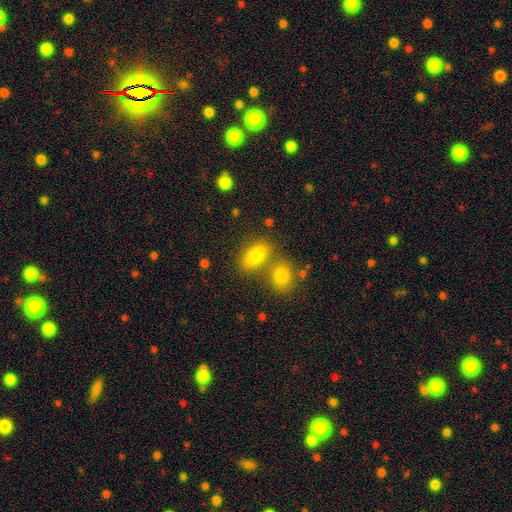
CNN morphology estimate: smooth-or-featured: smooth: 82% | star or artifact: 9% | featured or disk: 9%
  how-rounded: in between: 84% | round: 8% | cigar-shaped: 8%
  merging: none: 57% | merger: 29% | minor disturbance: 10% | major disturbance: 4%